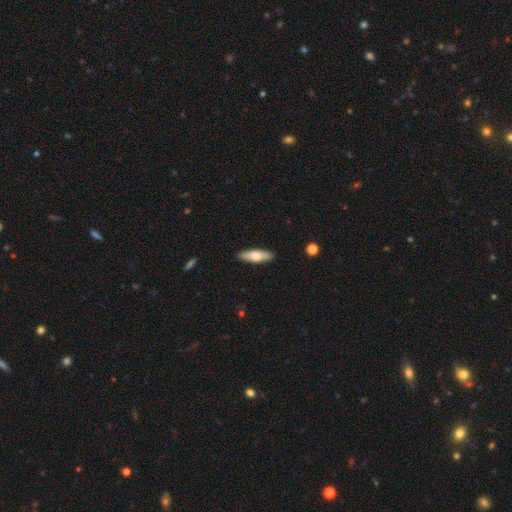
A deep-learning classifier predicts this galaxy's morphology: A smooth galaxy with no disk features (65%) that is cigar-shaped (56%).

Vote fractions:
- Smooth or featured? smooth: 65% / featured or disk: 29% / star or artifact: 5%
- How rounded? cigar-shaped: 56% / in between: 42% / round: 2%
- Merging? none: 90% / minor disturbance: 8% / major disturbance: 2% / merger: 1%